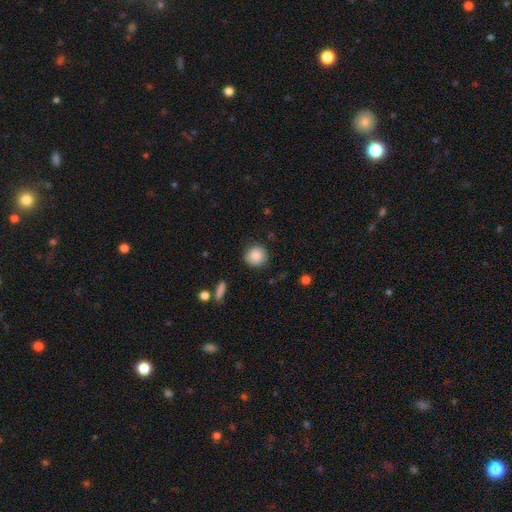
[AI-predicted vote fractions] Q: Smooth or featured?
A: smooth (87%); runner-up: star or artifact (8%)
Q: How rounded?
A: round (91%); runner-up: in between (8%)
Q: Merging?
A: none (86%); runner-up: minor disturbance (10%)